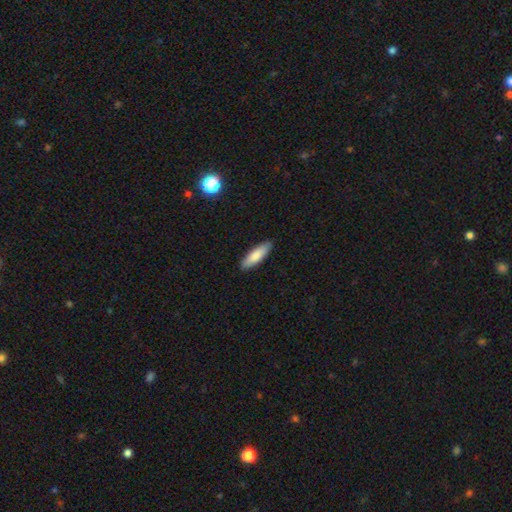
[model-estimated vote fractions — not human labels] This is clearly a smooth galaxy (82%). How rounded: possibly cigar-shaped (54%). Merging: clearly none (90%).